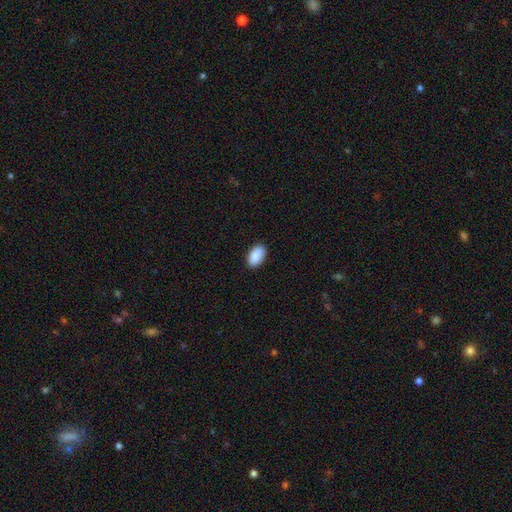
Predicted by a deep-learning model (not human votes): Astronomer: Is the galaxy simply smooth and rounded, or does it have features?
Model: smooth — 90%.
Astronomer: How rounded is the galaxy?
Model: in between — 94%.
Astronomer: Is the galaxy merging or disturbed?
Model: none — 87%.